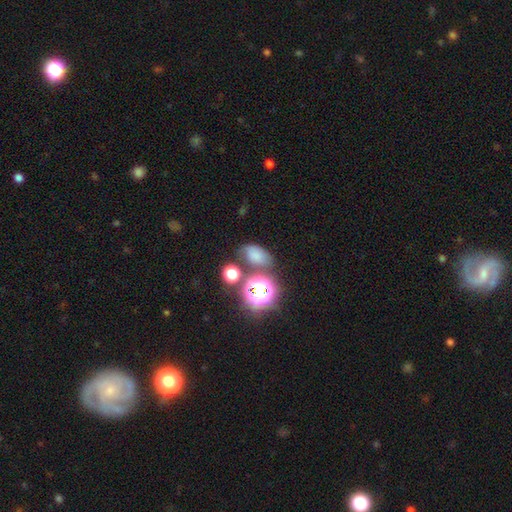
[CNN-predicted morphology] Overall: smooth (63%; star or artifact 24%). How rounded: in between (72%). Merging: none (56%; minor disturbance 19%).